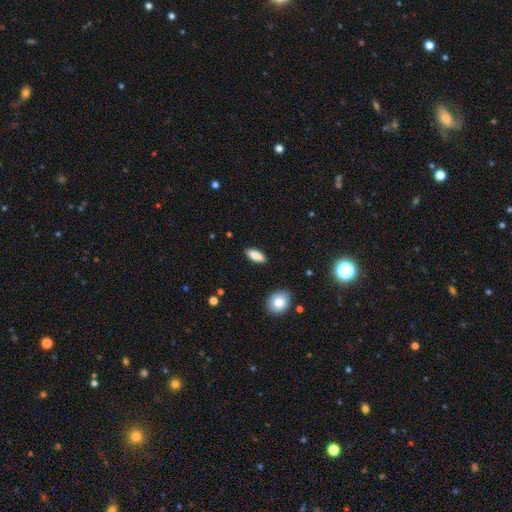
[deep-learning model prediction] Q: Smooth or featured?
A: smooth (86%); runner-up: featured or disk (7%)
Q: How rounded?
A: in between (76%); runner-up: cigar-shaped (21%)
Q: Merging?
A: none (89%); runner-up: minor disturbance (8%)